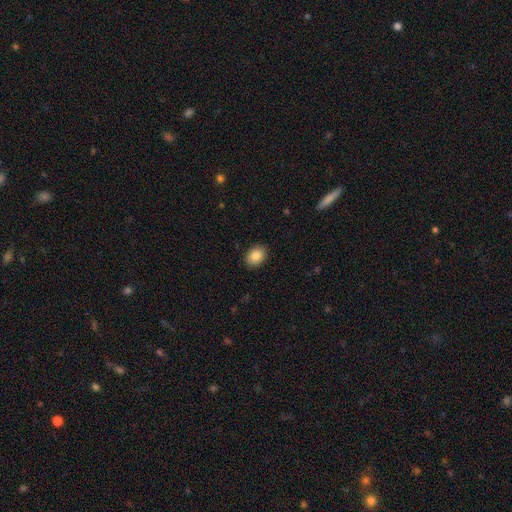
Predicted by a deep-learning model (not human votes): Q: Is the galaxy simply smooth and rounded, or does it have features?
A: smooth — 85%.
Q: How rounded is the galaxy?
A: in between — 69%.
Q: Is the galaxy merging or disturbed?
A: none — 89%.